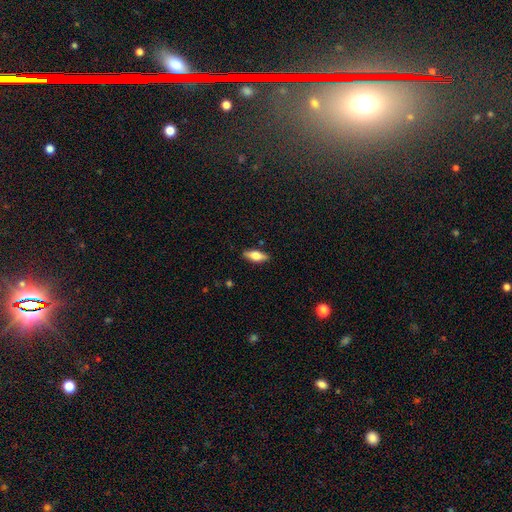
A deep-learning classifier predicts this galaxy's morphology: This is likely a smooth galaxy (61%). How rounded: likely in between (67%). Merging: clearly none (87%).